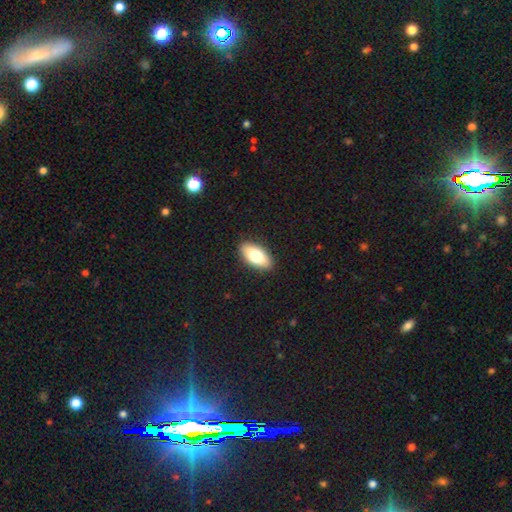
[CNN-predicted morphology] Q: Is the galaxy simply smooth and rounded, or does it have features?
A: smooth — 76%.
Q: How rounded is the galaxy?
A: in between — 90%.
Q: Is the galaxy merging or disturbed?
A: none — 90%.